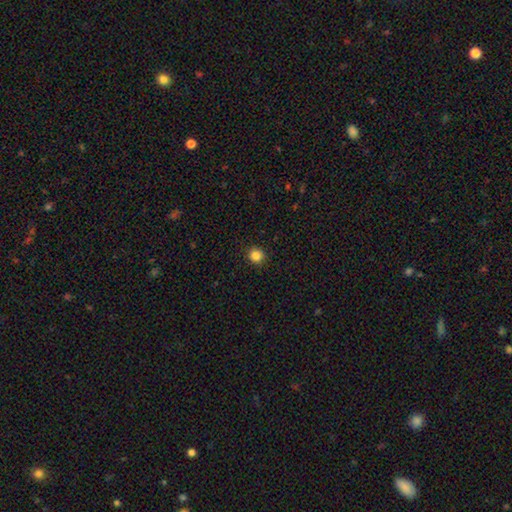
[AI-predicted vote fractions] A smooth galaxy with no disk features (84%) that is round (92%).

Vote fractions:
- Smooth or featured? smooth: 84% / star or artifact: 12% / featured or disk: 4%
- How rounded? round: 92% / in between: 7% / cigar-shaped: 1%
- Merging? none: 92% / minor disturbance: 5% / major disturbance: 2% / merger: 1%